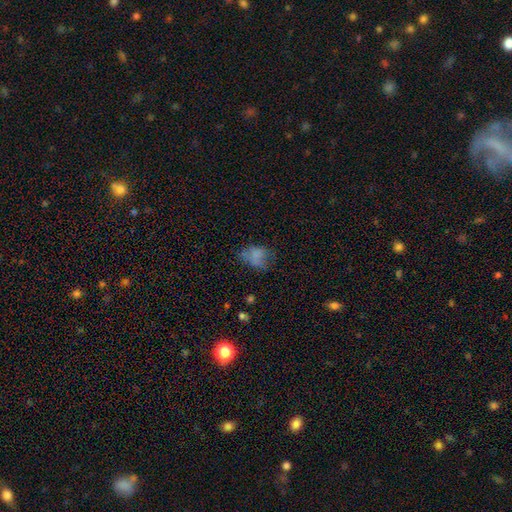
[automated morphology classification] Smooth or featured: smooth — 67% (featured or disk — 19%)
How rounded: in between — 64% (round — 34%)
Merging: none — 44% (minor disturbance — 28%)